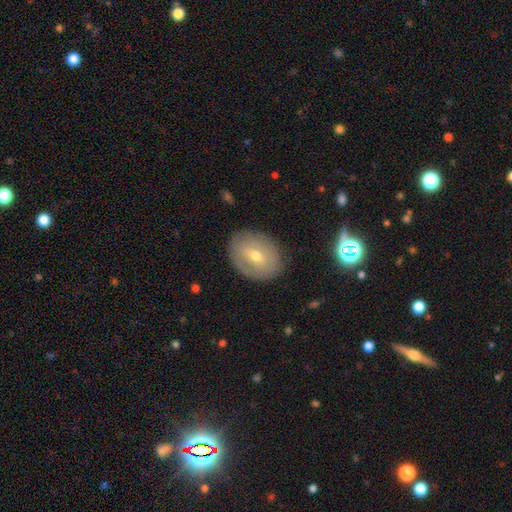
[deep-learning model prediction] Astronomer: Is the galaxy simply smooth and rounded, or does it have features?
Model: featured or disk — 49% (runner-up: smooth, 41%).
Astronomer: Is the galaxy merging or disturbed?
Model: none — 82%.